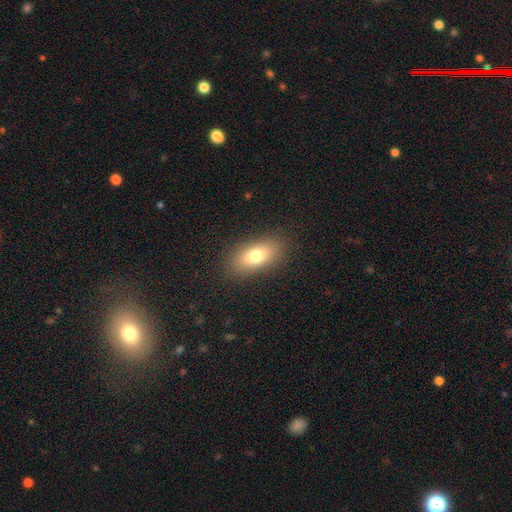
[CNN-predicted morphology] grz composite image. It shows a smooth galaxy with no disk features (76%) that is in between round and cigar-shaped (87%). Merging: none (86%).